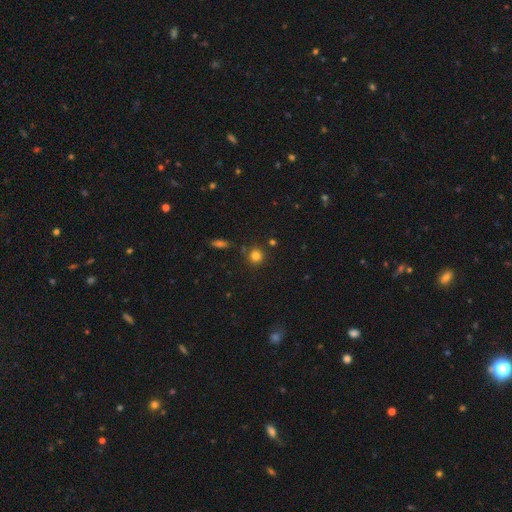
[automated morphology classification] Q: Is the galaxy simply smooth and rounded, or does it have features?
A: smooth — 80%.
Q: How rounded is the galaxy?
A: round — 91%.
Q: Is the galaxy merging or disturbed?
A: none — 82%.